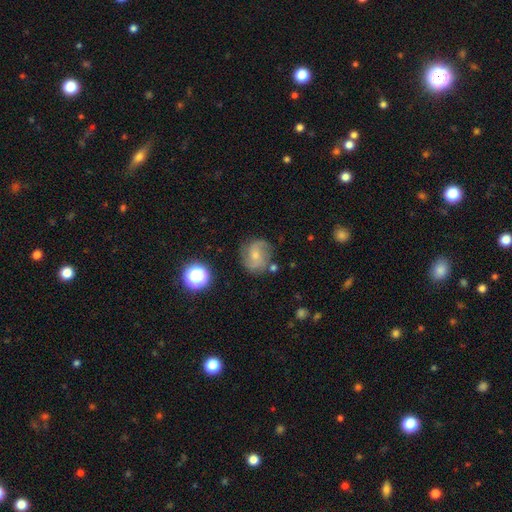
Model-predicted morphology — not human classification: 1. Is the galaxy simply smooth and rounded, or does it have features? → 60% featured or disk, 28% smooth, 11% star or artifact.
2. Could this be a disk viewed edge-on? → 97% no, 3% yes.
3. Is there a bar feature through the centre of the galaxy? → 60% no, 33% weak, 7% strong.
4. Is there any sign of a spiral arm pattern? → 90% yes, 10% no.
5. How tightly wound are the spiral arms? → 46% medium, 32% loose, 21% tight.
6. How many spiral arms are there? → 68% 2, 13% can't tell, 10% 3, 4% 1, 3% 4, 2% more than 4.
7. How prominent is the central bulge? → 57% small, 37% moderate, 3% none, 2% large, 1% dominant.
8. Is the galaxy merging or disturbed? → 70% none, 19% minor disturbance, 7% major disturbance, 4% merger.